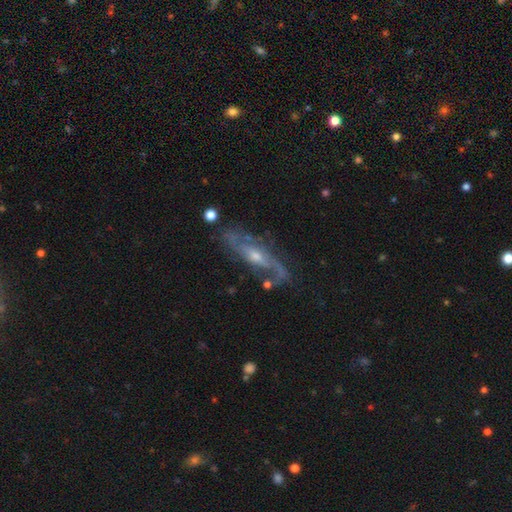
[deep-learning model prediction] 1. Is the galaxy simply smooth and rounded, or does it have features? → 83% featured or disk, 11% smooth, 6% star or artifact.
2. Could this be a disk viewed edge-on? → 76% no, 24% yes.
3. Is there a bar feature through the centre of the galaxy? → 48% no, 37% weak, 15% strong.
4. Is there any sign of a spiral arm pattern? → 89% yes, 11% no.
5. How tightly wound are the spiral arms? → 43% medium, 34% loose, 23% tight.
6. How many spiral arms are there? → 71% 2, 16% can't tell, 6% 1, 3% 3, 2% 4, 2% more than 4.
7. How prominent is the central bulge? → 51% moderate, 42% small, 3% large, 2% none, 1% dominant.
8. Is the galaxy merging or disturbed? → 67% none, 19% minor disturbance, 10% major disturbance, 4% merger.